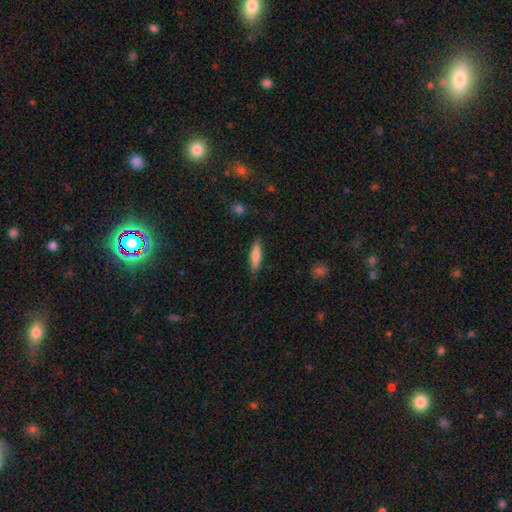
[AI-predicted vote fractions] Smooth or featured: smooth — 76% (featured or disk — 18%)
How rounded: cigar-shaped — 70% (in between — 28%)
Merging: none — 84% (minor disturbance — 12%)